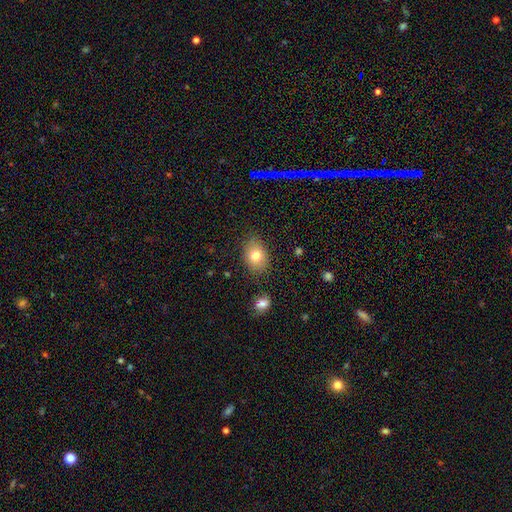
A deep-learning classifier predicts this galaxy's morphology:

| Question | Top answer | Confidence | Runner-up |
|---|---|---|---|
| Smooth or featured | smooth | 77% | featured or disk (13%) |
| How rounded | in between | 67% | round (31%) |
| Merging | none | 81% | minor disturbance (14%) |